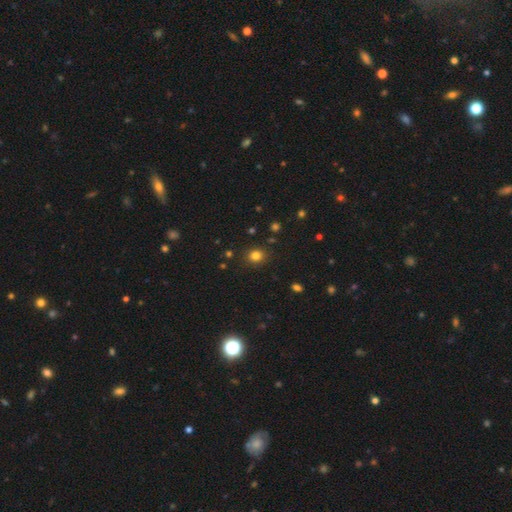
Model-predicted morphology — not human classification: smooth-or-featured: smooth: 81% | star or artifact: 14% | featured or disk: 5%
  how-rounded: round: 73% | in between: 27% | cigar-shaped: 1%
  merging: none: 87% | minor disturbance: 8% | major disturbance: 3% | merger: 2%